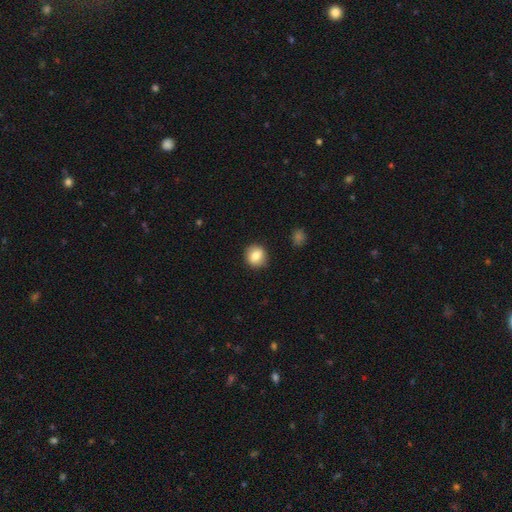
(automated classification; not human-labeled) Morphology: type=smooth (82%); roundness=round (85%); merging=none (90%).